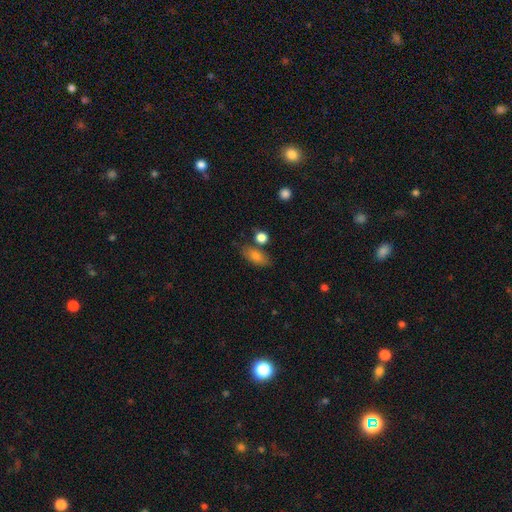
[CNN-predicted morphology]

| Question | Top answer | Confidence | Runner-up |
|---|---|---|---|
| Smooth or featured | smooth | 78% | featured or disk (13%) |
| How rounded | in between | 82% | cigar-shaped (11%) |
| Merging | none | 70% | minor disturbance (15%) |